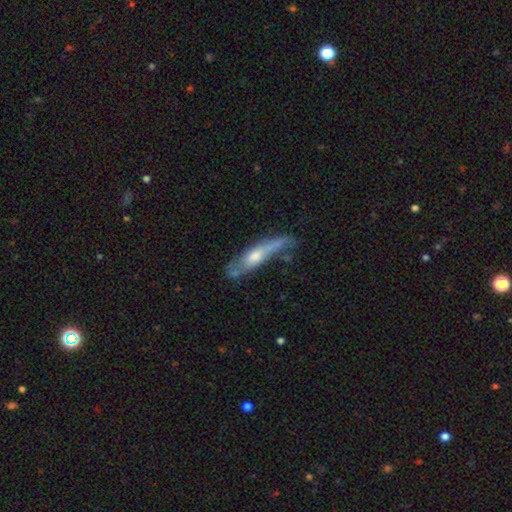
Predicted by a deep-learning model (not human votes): Smooth or featured? Predicted: featured or disk (p=0.57). Edge-on disk? Predicted: yes (p=0.65). Merging? Predicted: none (p=0.50).